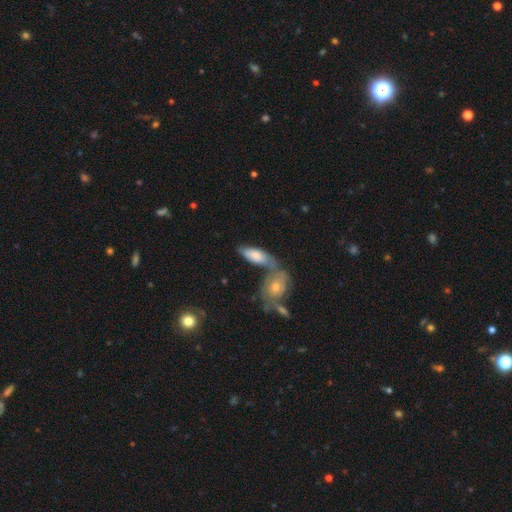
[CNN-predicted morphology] Overall: smooth (72%). How rounded: in between (79%). Merging: merger (48%; none 31%).